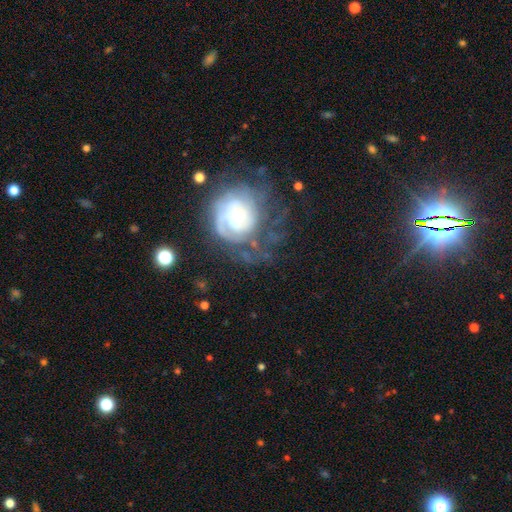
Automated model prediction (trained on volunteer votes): smooth-or-featured: featured or disk: 65% | smooth: 18% | star or artifact: 17%
  disk-edge-on: no: 96% | yes: 4%
    bar: no: 76% | weak: 19% | strong: 5%
    has-spiral-arms: yes: 86% | no: 14%
      spiral-winding: tight: 66% | medium: 25% | loose: 9%
      spiral-arm-count: can't tell: 49% | 2: 19% | 3: 12% | 4: 7% | 1: 7% | more than 4: 6%
    bulge-size: small: 54% | moderate: 31% | large: 8% | none: 5% | dominant: 3%
  merging: none: 62% | minor disturbance: 19% | major disturbance: 17% | merger: 2%